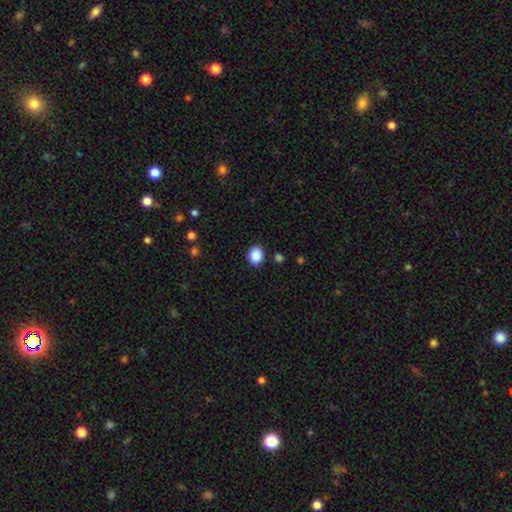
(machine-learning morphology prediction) smooth 88%, star or artifact 9%, featured or disk 4%. Down the decision tree: how rounded — round (50%); merging — none (89%).